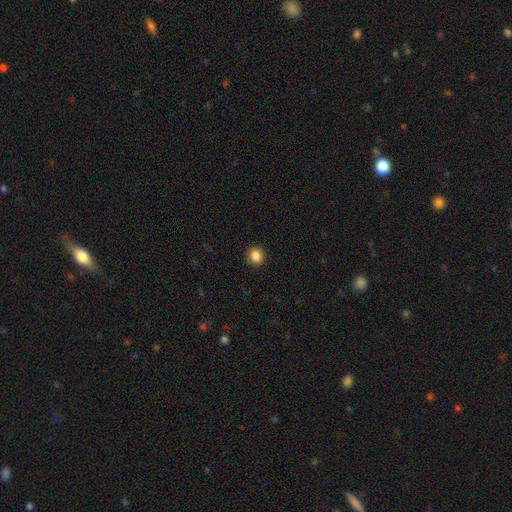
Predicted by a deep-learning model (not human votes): Q: Smooth or featured?
A: smooth (86%); runner-up: star or artifact (10%)
Q: How rounded?
A: round (82%); runner-up: in between (17%)
Q: Merging?
A: none (92%); runner-up: minor disturbance (6%)